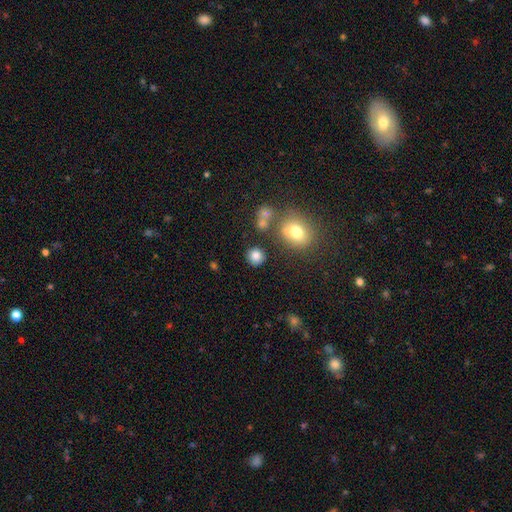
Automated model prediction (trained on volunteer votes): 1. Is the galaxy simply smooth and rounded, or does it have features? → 82% smooth, 12% star or artifact, 6% featured or disk.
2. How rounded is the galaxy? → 86% round, 13% in between, 1% cigar-shaped.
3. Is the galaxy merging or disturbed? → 82% none, 9% minor disturbance, 6% merger, 4% major disturbance.